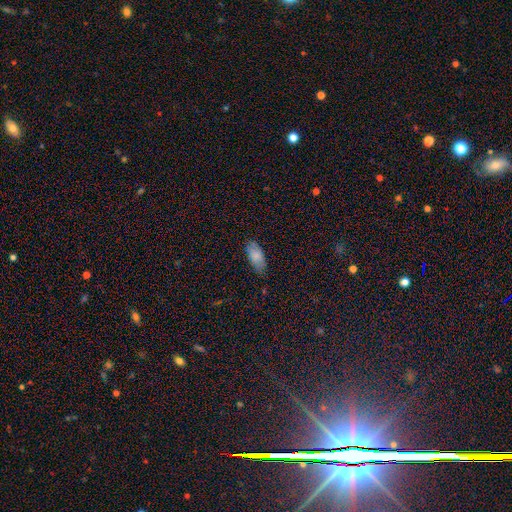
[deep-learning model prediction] Smooth or featured? smooth (83%)
How rounded? in between (88%)
Merging? none (75%)